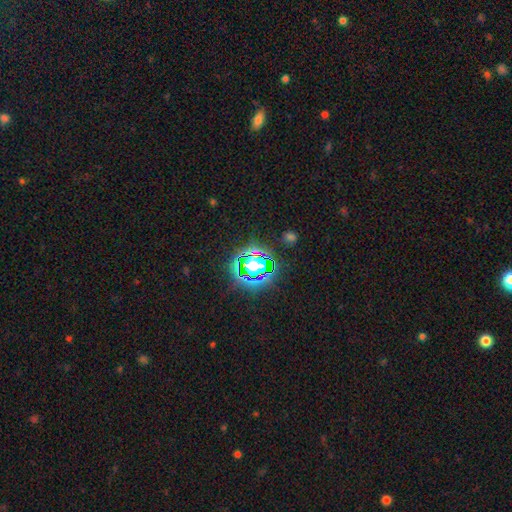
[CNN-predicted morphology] A star or artifact, not a galaxy (67%).

Vote fractions:
- Smooth or featured? star or artifact: 67% / smooth: 22% / featured or disk: 11%